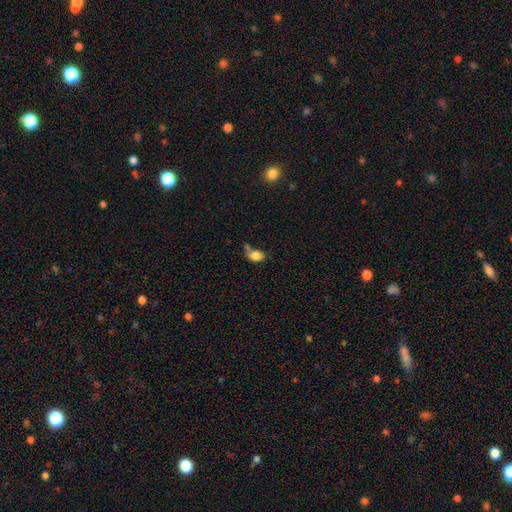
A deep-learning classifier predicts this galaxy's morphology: smooth_or_featured: smooth (p=0.81) [alt: featured or disk p=0.09]
how_rounded: in between (p=0.72) [alt: round p=0.26]
merging: none (p=0.36) [alt: merger p=0.25]